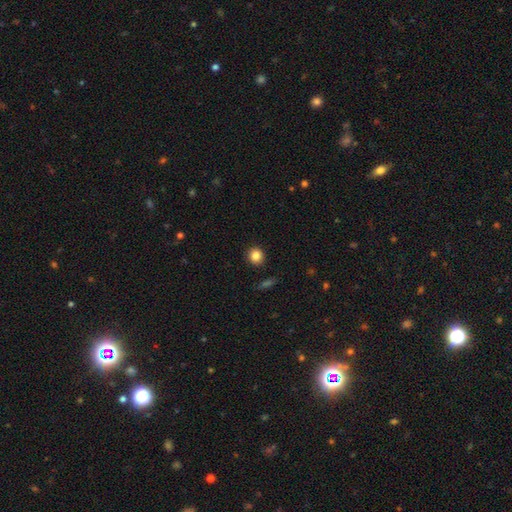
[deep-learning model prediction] This appears to be a smooth galaxy with no disk features (84%) that is round (90%). Merging: none (91%).